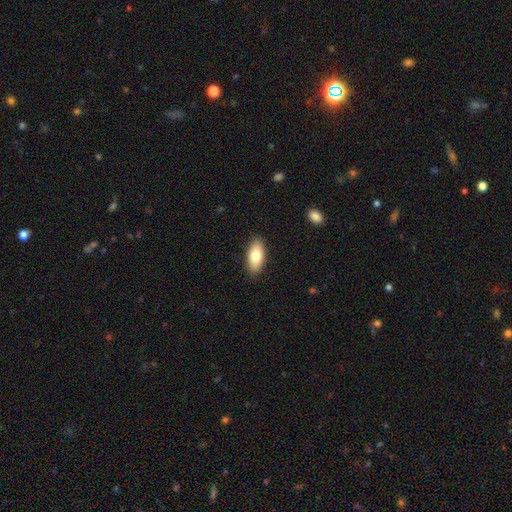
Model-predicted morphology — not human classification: Smooth or featured?
  - smooth: 80% *
  - featured or disk: 14%
  - star or artifact: 6%
How rounded?
  - in between: 89% *
  - cigar-shaped: 8%
  - round: 3%
Merging?
  - none: 89% *
  - minor disturbance: 8%
  - major disturbance: 2%
  - merger: 1%